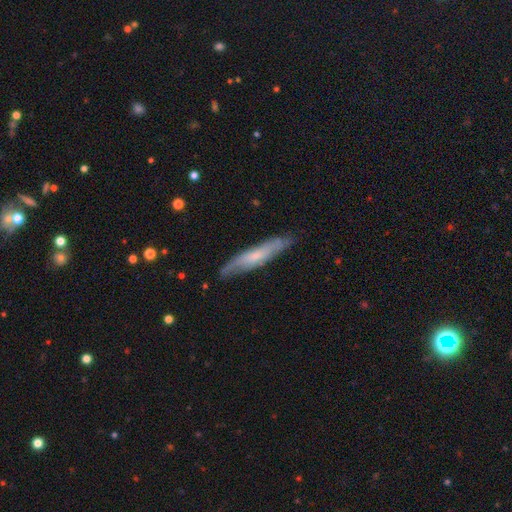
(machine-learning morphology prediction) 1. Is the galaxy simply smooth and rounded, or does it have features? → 48% featured or disk, 46% smooth, 6% star or artifact.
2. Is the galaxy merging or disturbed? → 80% none, 16% minor disturbance, 3% major disturbance, 1% merger.